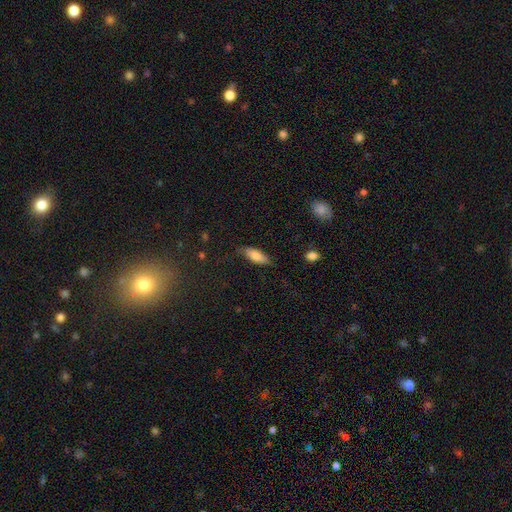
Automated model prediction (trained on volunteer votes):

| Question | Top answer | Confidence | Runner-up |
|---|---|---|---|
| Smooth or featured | smooth | 78% | featured or disk (15%) |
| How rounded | in between | 69% | cigar-shaped (29%) |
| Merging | none | 76% | minor disturbance (19%) |